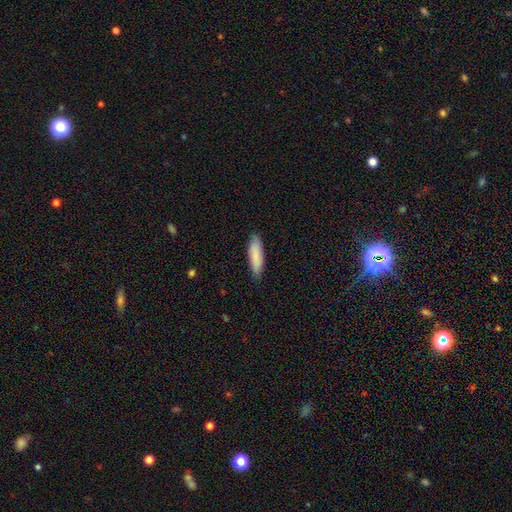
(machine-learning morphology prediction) A smooth galaxy with no disk features (87%) that is cigar-shaped (61%). Merging: none (87%).